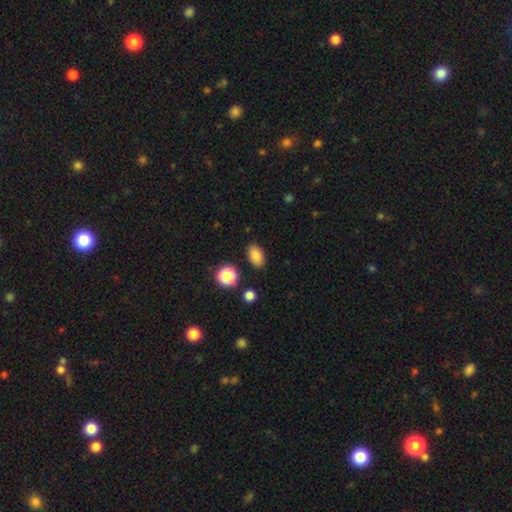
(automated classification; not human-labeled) Q: Smooth or featured?
A: smooth (85%); runner-up: star or artifact (11%)
Q: How rounded?
A: in between (87%); runner-up: round (11%)
Q: Merging?
A: none (87%); runner-up: minor disturbance (9%)